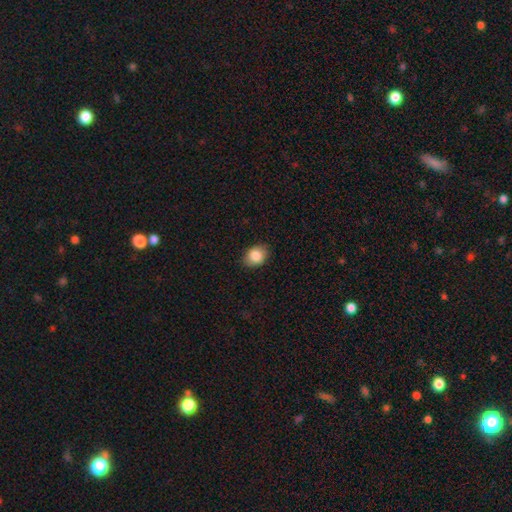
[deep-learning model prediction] This appears to be a smooth galaxy with no disk features (86%) that is in between round and cigar-shaped (66%). Merging: none (85%).